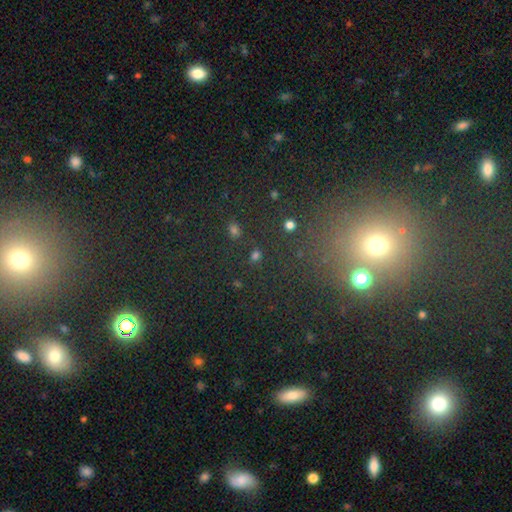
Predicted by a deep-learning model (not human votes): This is possibly a smooth galaxy (59%). How rounded: possibly round (58%). Merging: clearly none (82%).